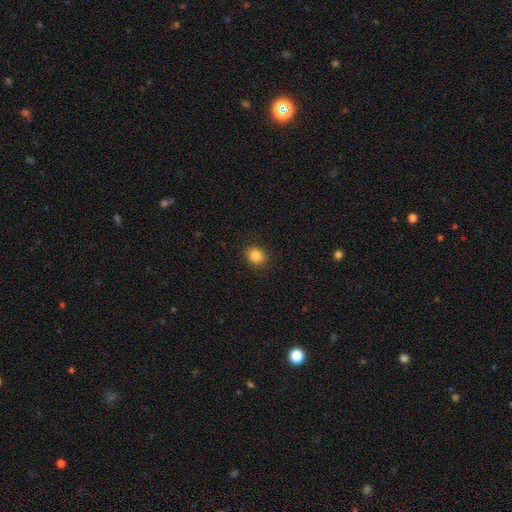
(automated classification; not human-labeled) smooth_or_featured: smooth (p=0.85) [alt: star or artifact p=0.10]
how_rounded: round (p=0.58) [alt: in between p=0.41]
merging: none (p=0.89) [alt: minor disturbance p=0.07]